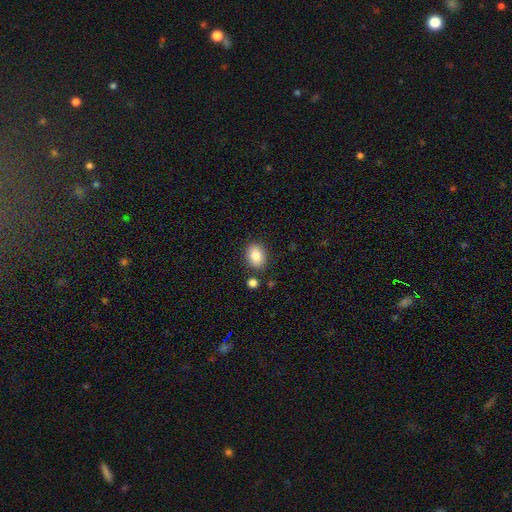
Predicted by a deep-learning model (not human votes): Smooth or featured?
  - smooth: 87% *
  - star or artifact: 8%
  - featured or disk: 5%
How rounded?
  - in between: 68% *
  - round: 31%
  - cigar-shaped: 1%
Merging?
  - none: 83% *
  - minor disturbance: 10%
  - merger: 5%
  - major disturbance: 3%